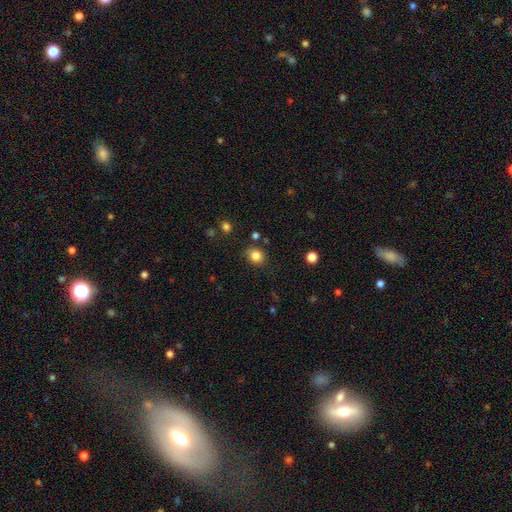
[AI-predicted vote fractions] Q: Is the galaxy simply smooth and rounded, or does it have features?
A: smooth — 84%.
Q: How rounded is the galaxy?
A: round — 70%.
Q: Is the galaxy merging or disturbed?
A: none — 81%.